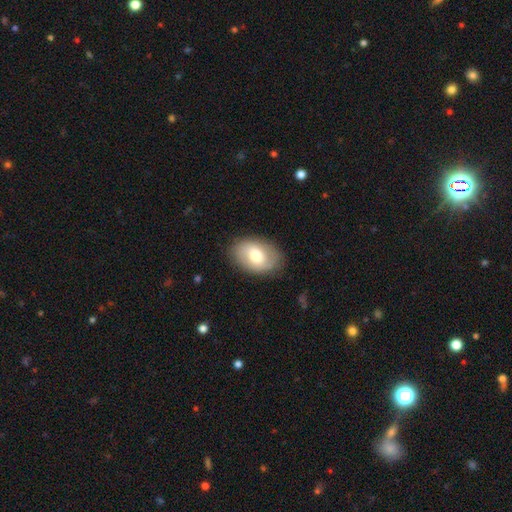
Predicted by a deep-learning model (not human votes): smooth_or_featured: smooth (p=0.60) [alt: featured or disk p=0.33]
how_rounded: in between (p=0.82) [alt: round p=0.16]
merging: none (p=0.81) [alt: minor disturbance p=0.13]